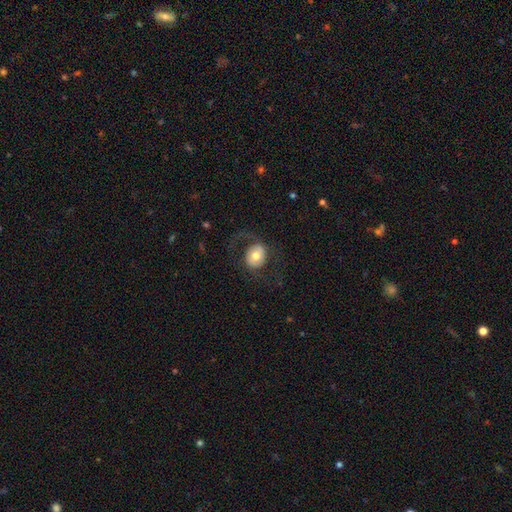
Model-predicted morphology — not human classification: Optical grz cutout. It shows a smooth galaxy with no disk features (47%). Merging: none (65%).